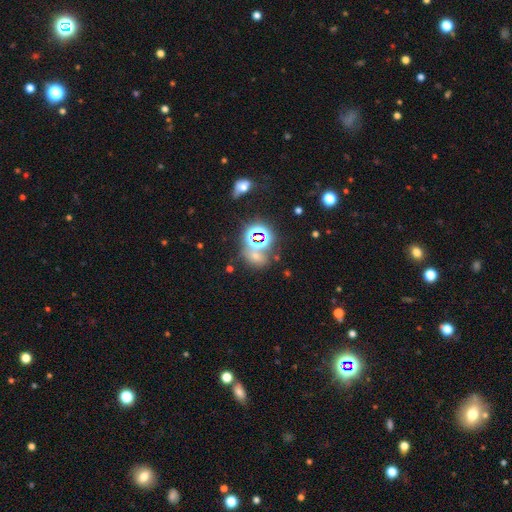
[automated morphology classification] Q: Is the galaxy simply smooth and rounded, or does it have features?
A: star or artifact — 50%.